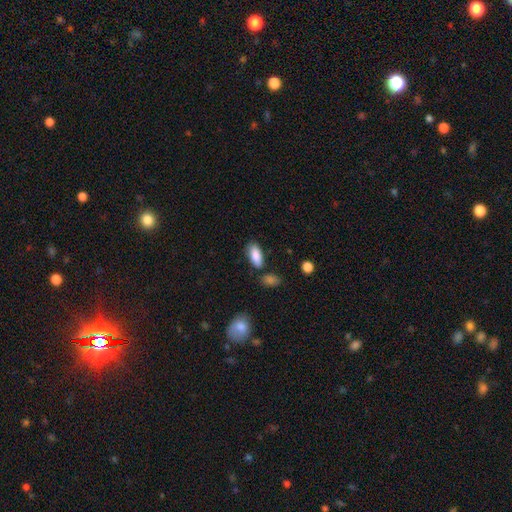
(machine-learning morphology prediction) Smooth or featured?
  - smooth: 87% *
  - star or artifact: 7%
  - featured or disk: 6%
How rounded?
  - in between: 86% *
  - cigar-shaped: 11%
  - round: 2%
Merging?
  - none: 77% *
  - minor disturbance: 15%
  - merger: 5%
  - major disturbance: 3%